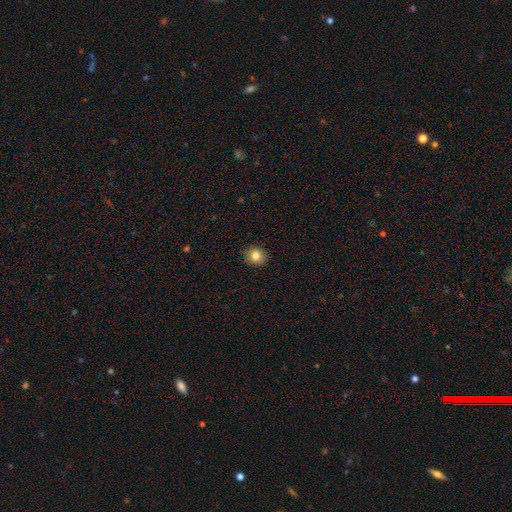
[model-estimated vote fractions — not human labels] smooth_or_featured: smooth (p=0.83) [alt: star or artifact p=0.10]
how_rounded: round (p=0.88) [alt: in between p=0.11]
merging: none (p=0.91) [alt: minor disturbance p=0.07]